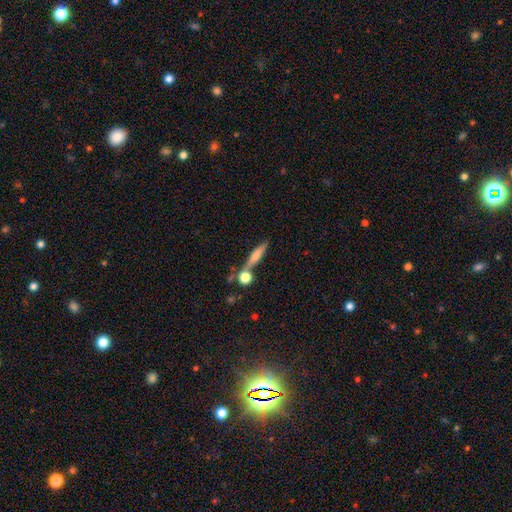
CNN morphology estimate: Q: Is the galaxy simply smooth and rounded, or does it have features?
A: smooth — 61%.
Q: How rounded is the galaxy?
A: cigar-shaped — 74%.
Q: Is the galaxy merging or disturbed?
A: none — 59%.